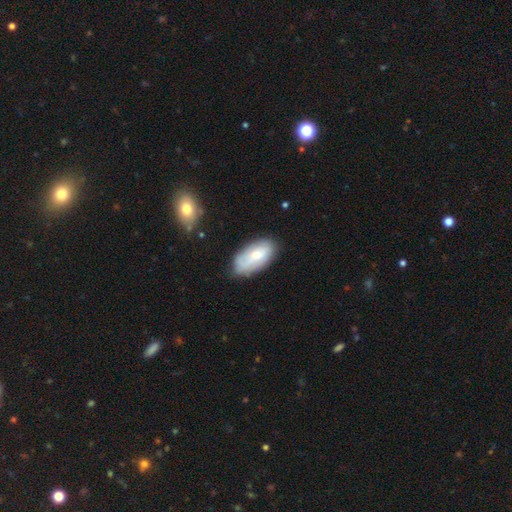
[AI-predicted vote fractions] Q: Smooth or featured?
A: smooth (63%); runner-up: featured or disk (30%)
Q: How rounded?
A: in between (93%); runner-up: cigar-shaped (4%)
Q: Merging?
A: none (70%); runner-up: minor disturbance (23%)